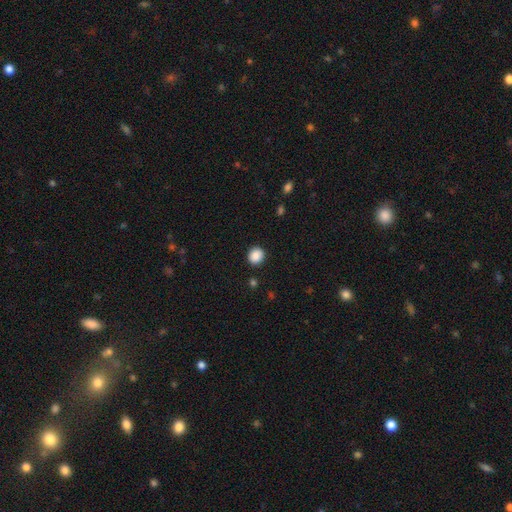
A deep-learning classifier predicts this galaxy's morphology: Smooth or featured: smooth — 88% (star or artifact — 9%)
How rounded: round — 83% (in between — 16%)
Merging: none — 90% (minor disturbance — 6%)